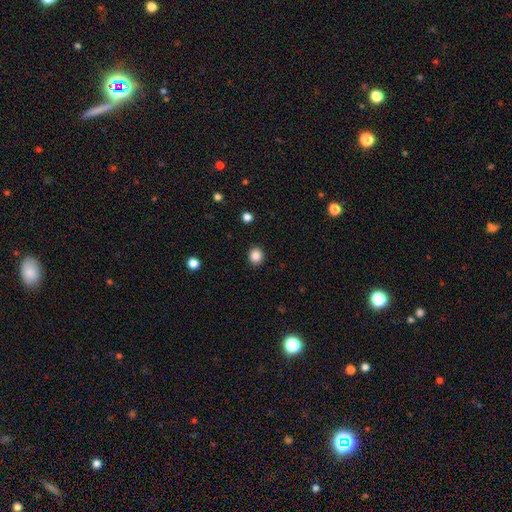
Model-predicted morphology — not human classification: Q: Smooth or featured?
A: smooth (87%); runner-up: star or artifact (10%)
Q: How rounded?
A: round (79%); runner-up: in between (20%)
Q: Merging?
A: none (91%); runner-up: minor disturbance (6%)